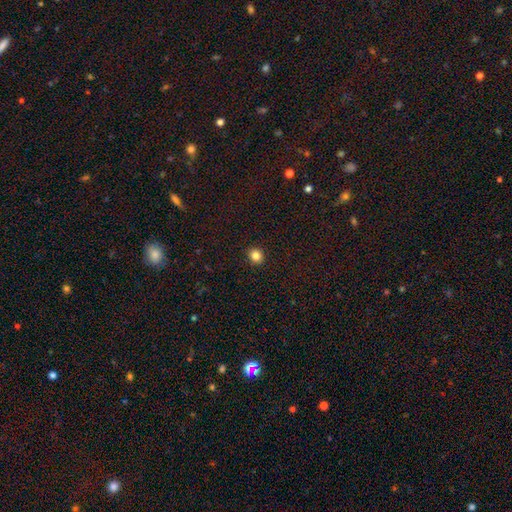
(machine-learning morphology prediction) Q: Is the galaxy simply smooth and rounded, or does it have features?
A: smooth — 84%.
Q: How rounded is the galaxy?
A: round — 75%.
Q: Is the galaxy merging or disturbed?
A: none — 92%.